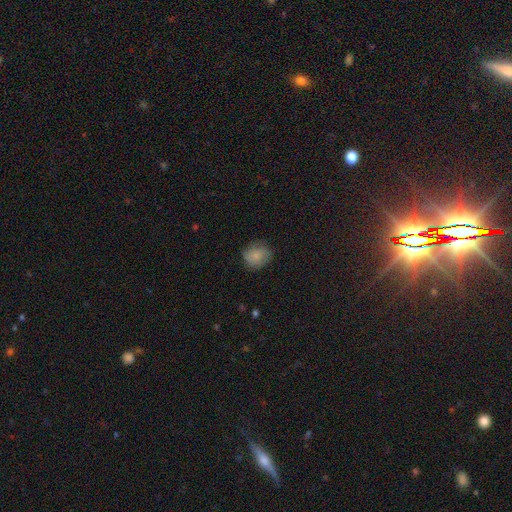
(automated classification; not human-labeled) Smooth or featured? Predicted: smooth (p=0.80). How rounded? Predicted: round (p=0.69). Merging? Predicted: none (p=0.73).